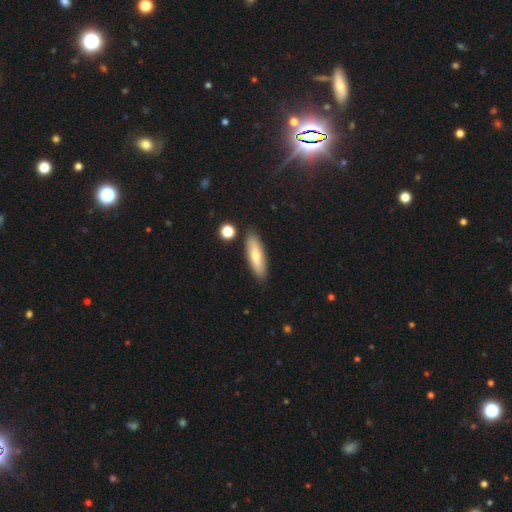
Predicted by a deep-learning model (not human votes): This appears to be a smooth galaxy with no disk features (66%) that is cigar-shaped (56%). Merging: none (85%).